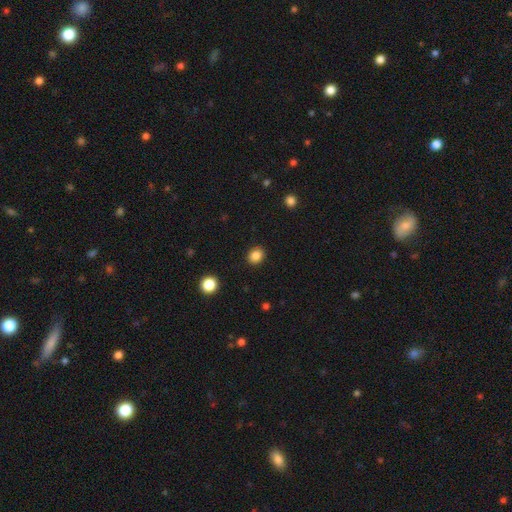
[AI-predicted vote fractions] This appears to be a smooth galaxy with no disk features (85%) that is round (64%). Merging: none (90%).